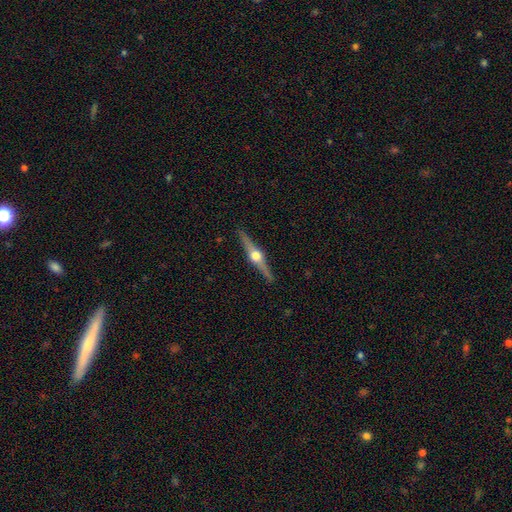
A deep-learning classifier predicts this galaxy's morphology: Q: Smooth or featured?
A: featured or disk (84%); runner-up: smooth (11%)
Q: Edge-on disk?
A: yes (98%); runner-up: no (2%)
Q: Edge-on bulge?
A: rounded (97%); runner-up: boxy (2%)
Q: Merging?
A: none (91%); runner-up: minor disturbance (6%)